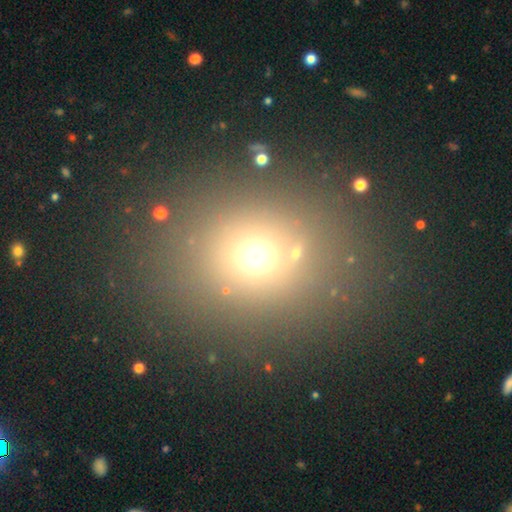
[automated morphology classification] Smooth or featured? Predicted: smooth (p=0.68). How rounded? Predicted: round (p=0.77). Merging? Predicted: none (p=0.79).